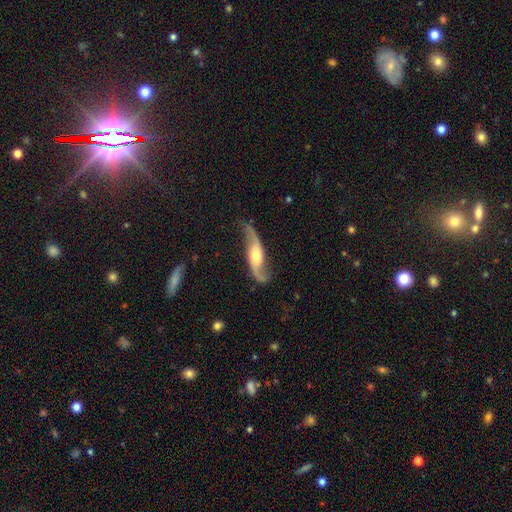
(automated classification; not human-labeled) Smooth or featured? Predicted: featured or disk (p=0.84). Edge-on disk? Predicted: no (p=0.84). Bar? Predicted: no (p=0.60). Spiral arms? Predicted: yes (p=0.95). Spiral winding? Predicted: loose (p=0.80). Spiral arm count? Predicted: 2 (p=0.92). Bulge size? Predicted: moderate (p=0.62). Merging? Predicted: none (p=0.72).